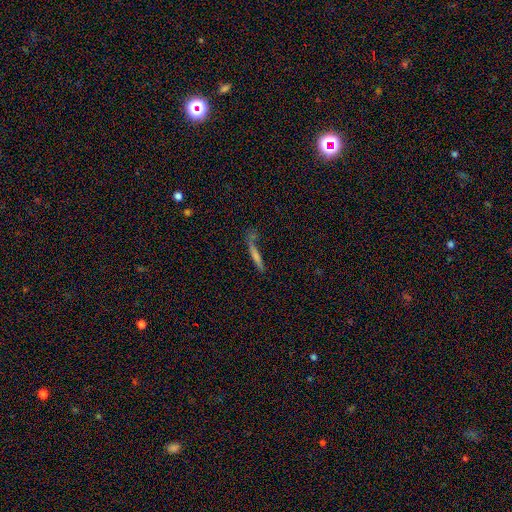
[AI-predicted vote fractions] Smooth or featured?
  - smooth: 56% *
  - featured or disk: 32%
  - star or artifact: 12%
How rounded?
  - cigar-shaped: 92% *
  - in between: 6%
  - round: 2%
Merging?
  - none: 61% *
  - minor disturbance: 17%
  - merger: 14%
  - major disturbance: 9%